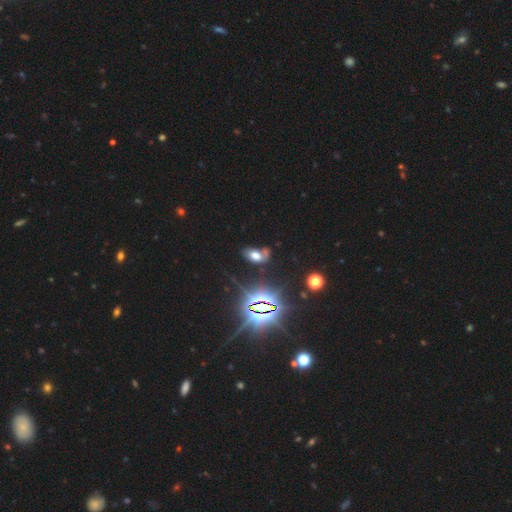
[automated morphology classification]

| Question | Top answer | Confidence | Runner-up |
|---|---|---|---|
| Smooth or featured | smooth | 53% | star or artifact (28%) |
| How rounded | in between | 89% | round (9%) |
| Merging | none | 46% | minor disturbance (20%) |